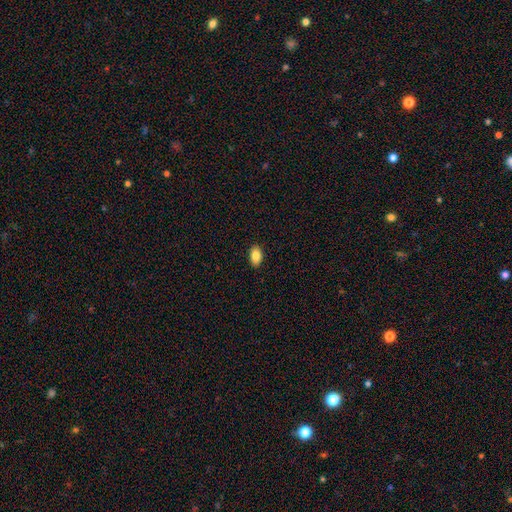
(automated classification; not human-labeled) Q: Smooth or featured?
A: smooth (85%); runner-up: star or artifact (8%)
Q: How rounded?
A: in between (92%); runner-up: round (6%)
Q: Merging?
A: none (90%); runner-up: minor disturbance (7%)